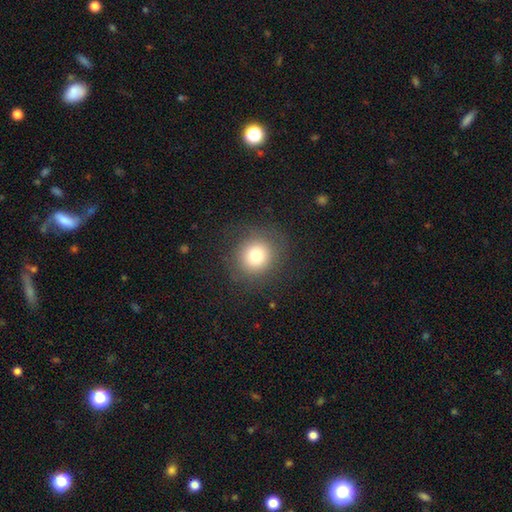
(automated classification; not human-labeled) Overall: smooth (77%). How rounded: round (87%). Merging: none (84%).